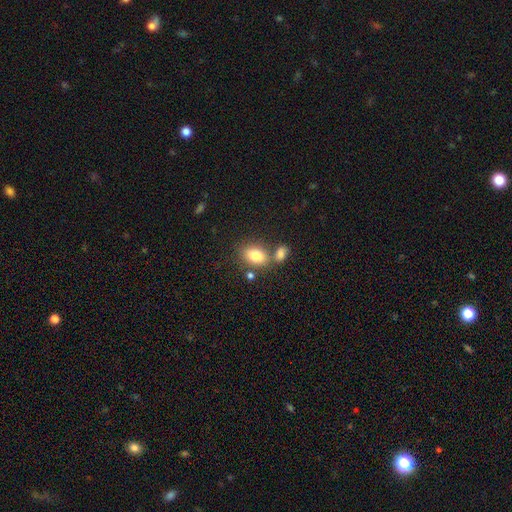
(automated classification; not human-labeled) A smooth galaxy with no disk features (80%) that is in between round and cigar-shaped (81%). Merging: none (56%).